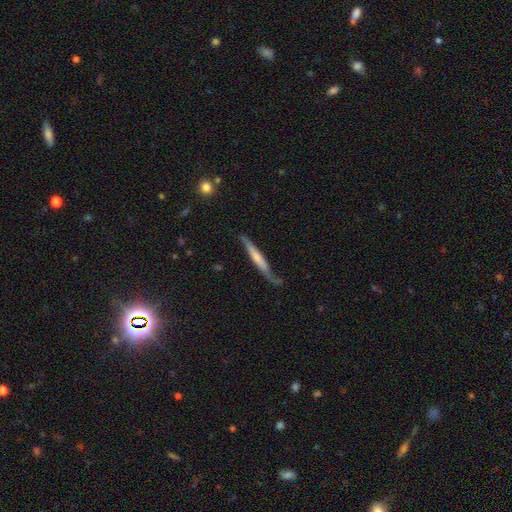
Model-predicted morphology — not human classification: Q: Smooth or featured?
A: featured or disk (65%); runner-up: smooth (26%)
Q: Edge-on disk?
A: yes (88%); runner-up: no (12%)
Q: Edge-on bulge?
A: none (42%); runner-up: rounded (41%)
Q: Merging?
A: none (71%); runner-up: minor disturbance (21%)